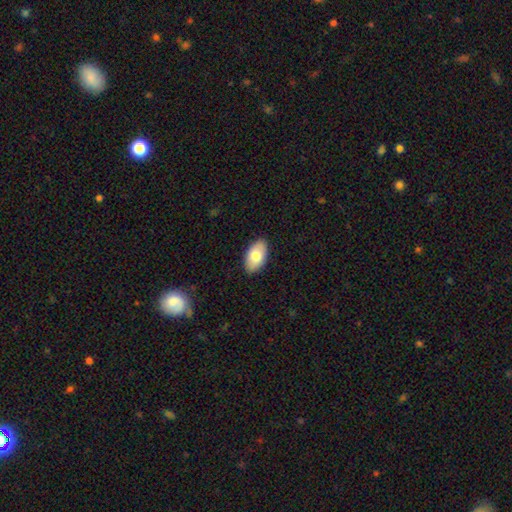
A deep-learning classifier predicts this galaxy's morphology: A smooth galaxy with no disk features (78%) that is in between round and cigar-shaped (95%). Merging: none (89%).